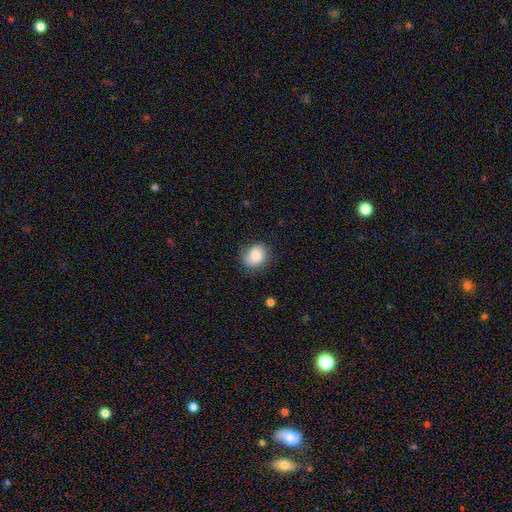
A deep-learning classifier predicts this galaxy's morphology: Smooth or featured: smooth — 84% (star or artifact — 8%)
How rounded: round — 59% (in between — 40%)
Merging: none — 75% (minor disturbance — 19%)